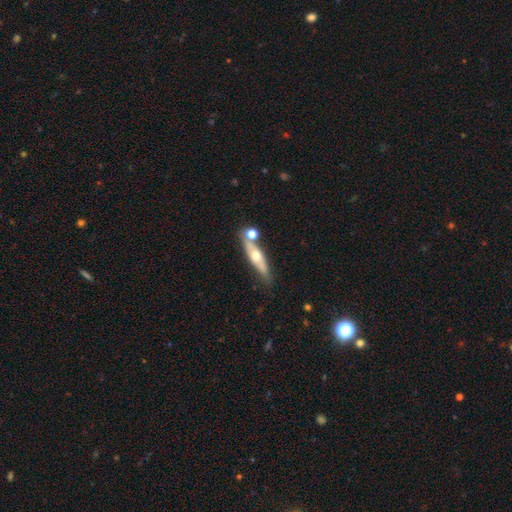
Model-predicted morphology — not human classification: A featured or disk galaxy (54%) viewed edge-on (75%).

Vote fractions:
- Smooth or featured? featured or disk: 54% / smooth: 40% / star or artifact: 7%
- Edge-on disk? yes: 75% / no: 25%
- Merging? none: 62% / merger: 19% / minor disturbance: 14% / major disturbance: 4%